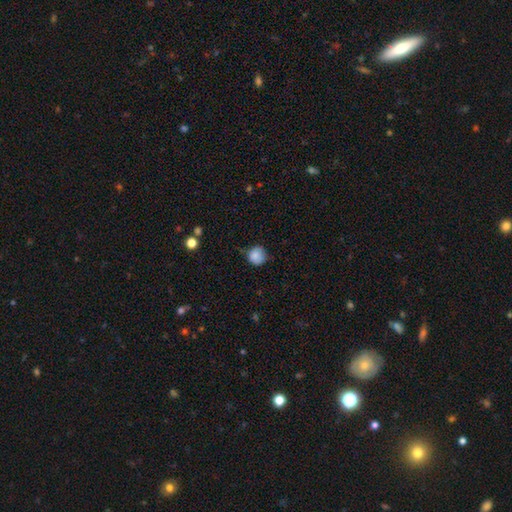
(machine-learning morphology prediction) smooth 83%, star or artifact 9%, featured or disk 8%. Down the decision tree: how rounded — round (86%); merging — none (64%).